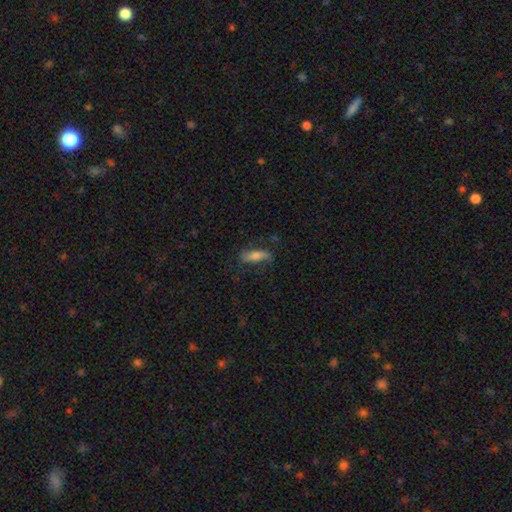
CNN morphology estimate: This appears to be a smooth galaxy with no disk features (53%) that is in between round and cigar-shaped (55%). Merging: none (69%).